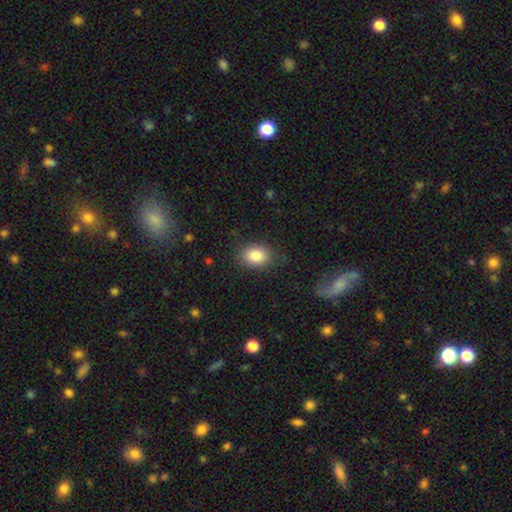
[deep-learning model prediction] The model was most divided on "how rounded": in between: 70%, round: 29%, cigar-shaped: 1%. More confident: smooth or featured — smooth (85%); merging — none (81%).